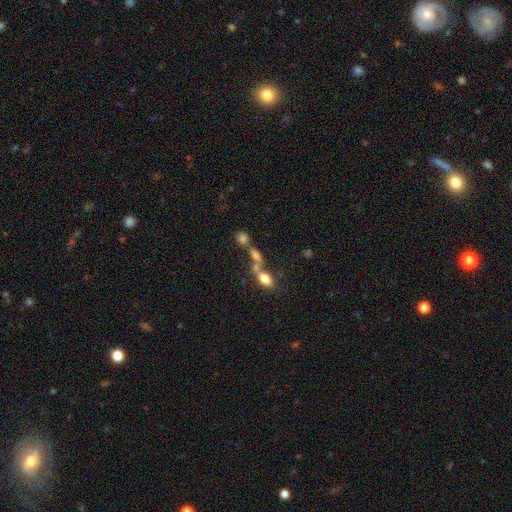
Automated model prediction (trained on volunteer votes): smooth-or-featured: smooth: 62% | featured or disk: 20% | star or artifact: 18%
  how-rounded: in between: 61% | round: 25% | cigar-shaped: 14%
  merging: merger: 48% | none: 33% | minor disturbance: 10% | major disturbance: 9%